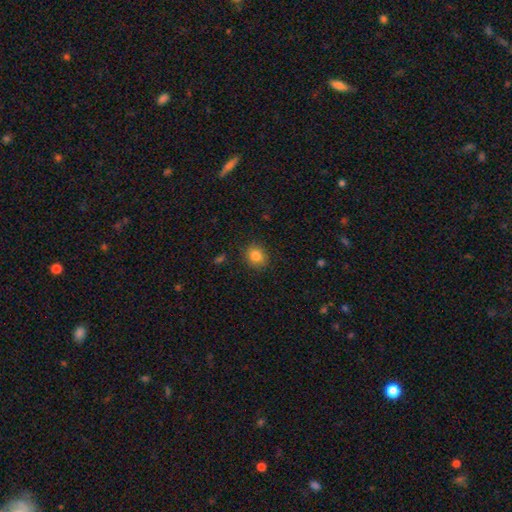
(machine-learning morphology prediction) Smooth or featured? Predicted: smooth (p=0.84). How rounded? Predicted: round (p=0.64). Merging? Predicted: none (p=0.85).